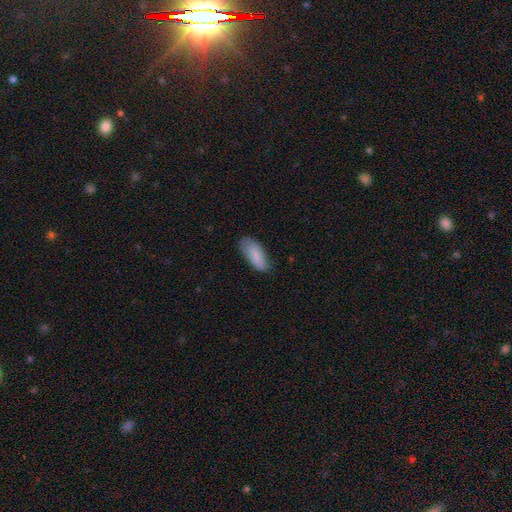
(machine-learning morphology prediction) A smooth galaxy with no disk features (82%) that is in between round and cigar-shaped (86%).

Vote fractions:
- Smooth or featured? smooth: 82% / featured or disk: 12% / star or artifact: 6%
- How rounded? in between: 86% / cigar-shaped: 12% / round: 2%
- Merging? none: 70% / minor disturbance: 24% / major disturbance: 4% / merger: 1%